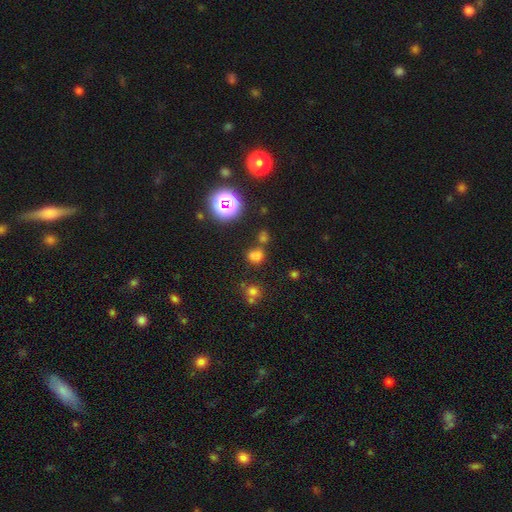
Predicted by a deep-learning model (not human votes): The model was most divided on "how rounded": round: 58%, in between: 40%, cigar-shaped: 2%. More confident: smooth or featured — smooth (59%); merging — none (56%).